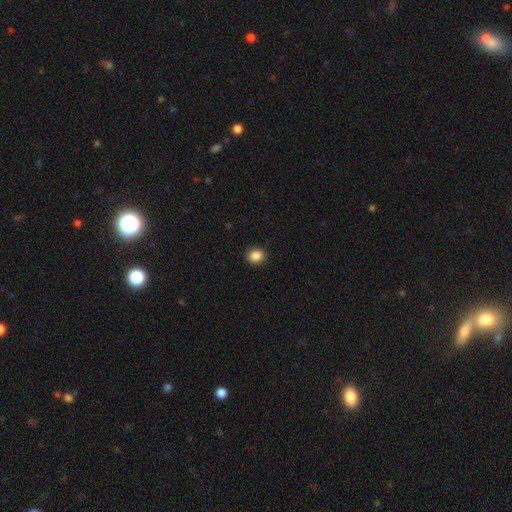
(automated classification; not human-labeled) Morphology: type=smooth (88%); roundness=round (74%); merging=none (91%).